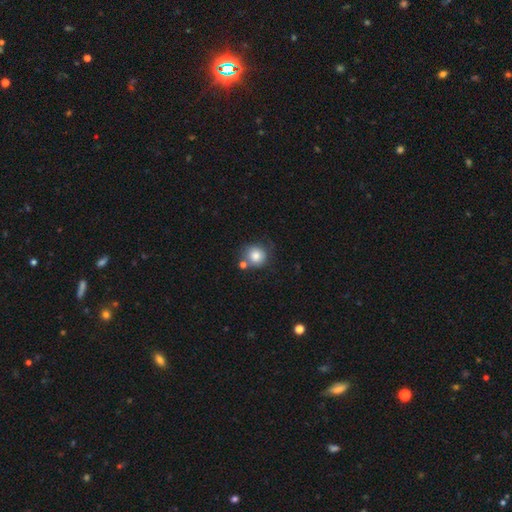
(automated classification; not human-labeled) smooth_or_featured: smooth (p=0.82) [alt: star or artifact p=0.09]
how_rounded: round (p=0.89) [alt: in between p=0.10]
merging: none (p=0.64) [alt: minor disturbance p=0.16]